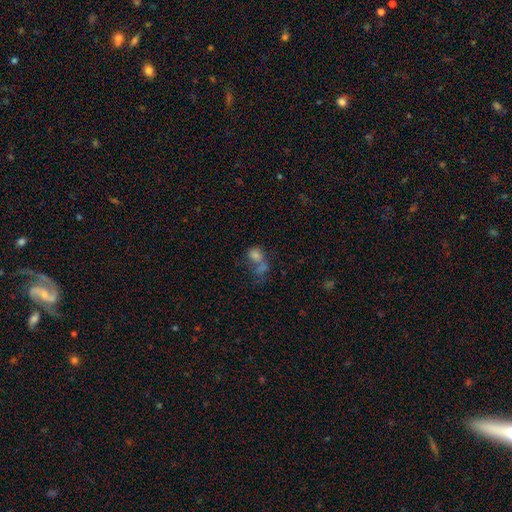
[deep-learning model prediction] Smooth or featured?
  - smooth: 63% *
  - star or artifact: 19%
  - featured or disk: 18%
How rounded?
  - in between: 54% *
  - round: 43%
  - cigar-shaped: 2%
Merging?
  - merger: 51% *
  - none: 24%
  - major disturbance: 15%
  - minor disturbance: 10%